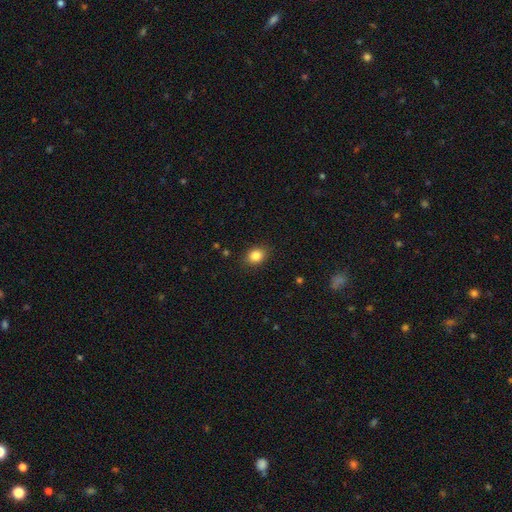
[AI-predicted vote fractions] Overall: smooth (84%). How rounded: in between (53%; round 46%). Merging: none (87%).